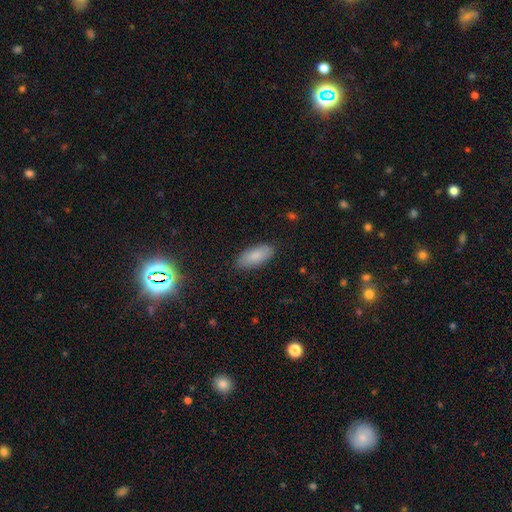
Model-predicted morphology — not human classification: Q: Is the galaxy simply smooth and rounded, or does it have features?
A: smooth — 85%.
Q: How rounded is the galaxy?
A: in between — 84%.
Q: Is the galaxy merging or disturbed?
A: none — 86%.